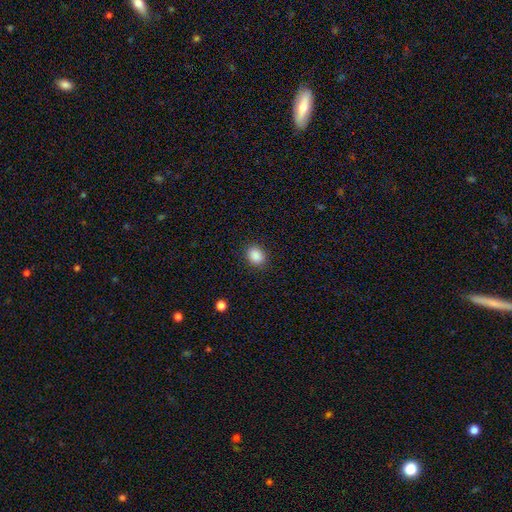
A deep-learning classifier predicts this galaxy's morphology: smooth 88%, star or artifact 9%, featured or disk 3%. Down the decision tree: how rounded — in between (53%); merging — none (89%).